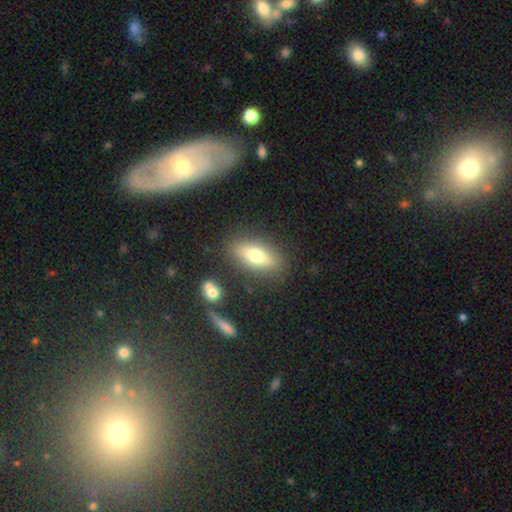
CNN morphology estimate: Smooth or featured: smooth — 66% (featured or disk — 25%)
How rounded: in between — 73% (cigar-shaped — 22%)
Merging: none — 82% (minor disturbance — 11%)